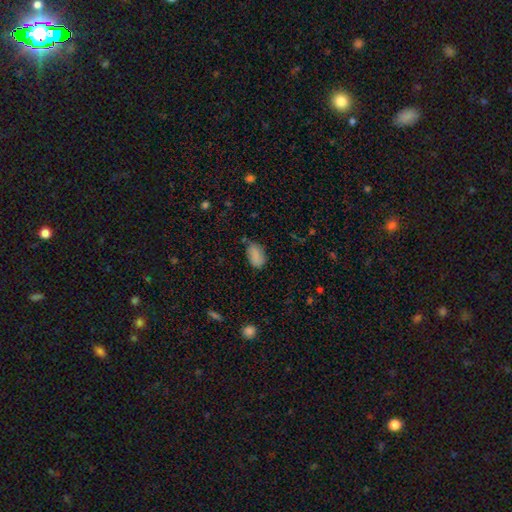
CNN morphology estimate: A smooth galaxy with no disk features (84%) that is in between round and cigar-shaped (91%).

Vote fractions:
- Smooth or featured? smooth: 84% / star or artifact: 8% / featured or disk: 7%
- How rounded? in between: 91% / round: 7% / cigar-shaped: 2%
- Merging? none: 66% / minor disturbance: 25% / major disturbance: 5% / merger: 3%